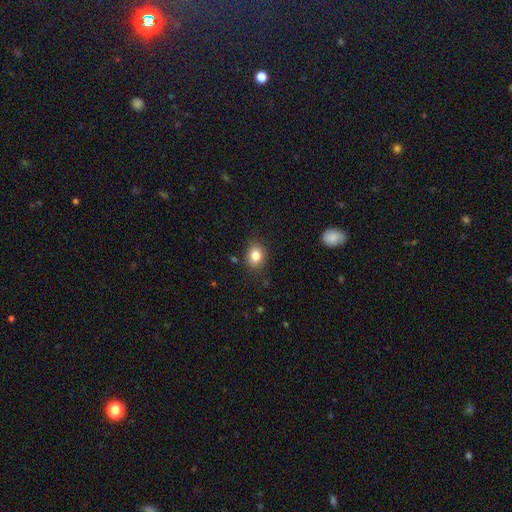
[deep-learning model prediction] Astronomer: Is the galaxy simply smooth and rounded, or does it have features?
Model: smooth — 83%.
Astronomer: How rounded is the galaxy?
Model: round — 51% (runner-up: in between, 48%).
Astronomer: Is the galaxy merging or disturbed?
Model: none — 84%.